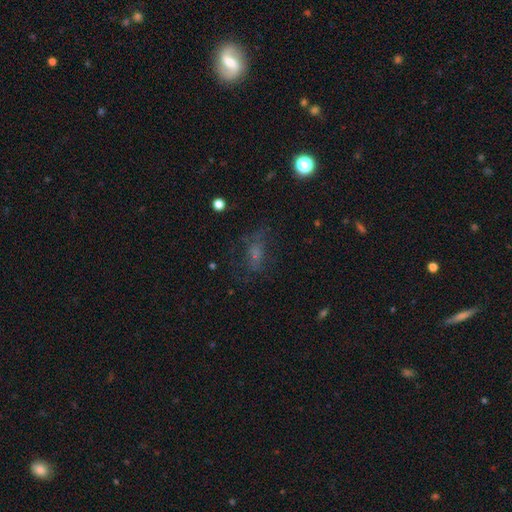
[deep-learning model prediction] Overall: smooth (39%; star or artifact 33%). Merging: none (61%).